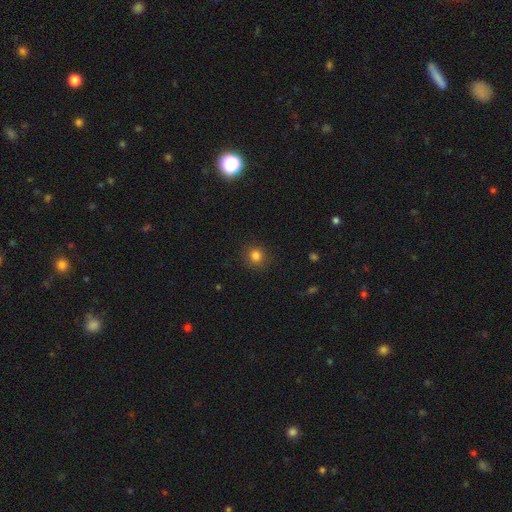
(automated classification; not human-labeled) Smooth or featured: smooth — 82% (star or artifact — 13%)
How rounded: round — 90% (in between — 9%)
Merging: none — 89% (minor disturbance — 8%)